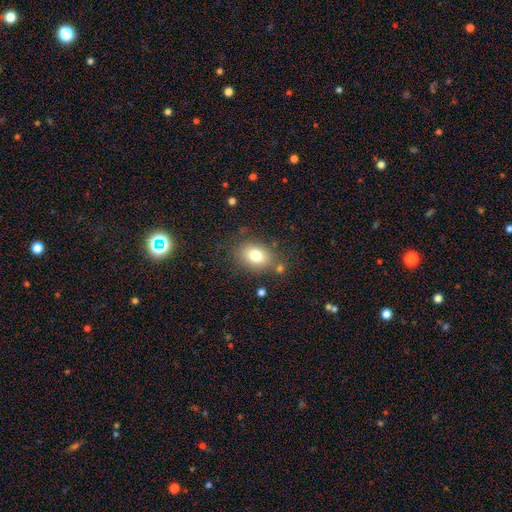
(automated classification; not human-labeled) Q: Smooth or featured?
A: smooth (78%); runner-up: featured or disk (12%)
Q: How rounded?
A: in between (71%); runner-up: round (28%)
Q: Merging?
A: none (76%); runner-up: minor disturbance (14%)